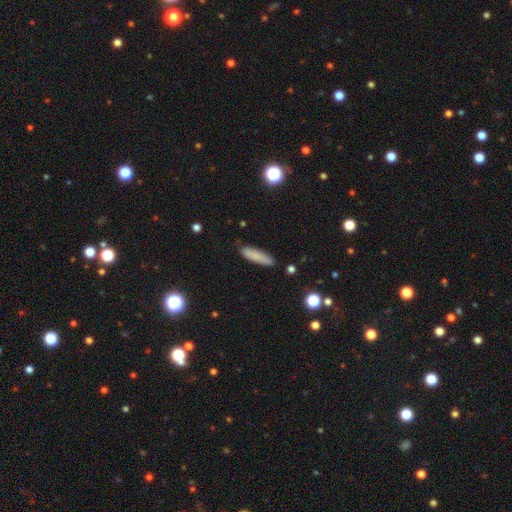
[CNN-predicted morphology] type=smooth (80%); roundness=cigar-shaped (73%); merging=none (84%).